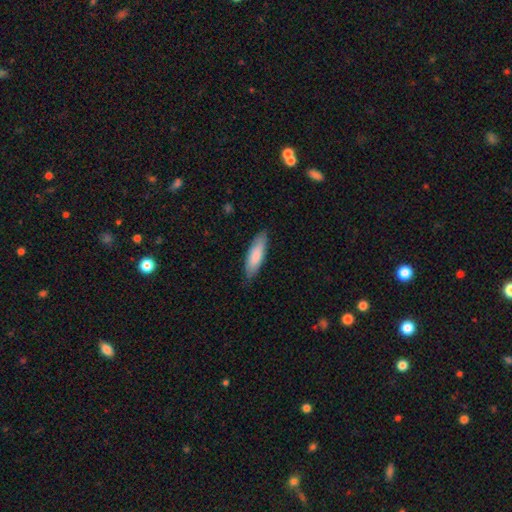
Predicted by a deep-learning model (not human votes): Smooth or featured: smooth — 83% (featured or disk — 12%)
How rounded: cigar-shaped — 50% (in between — 49%)
Merging: none — 84% (minor disturbance — 13%)